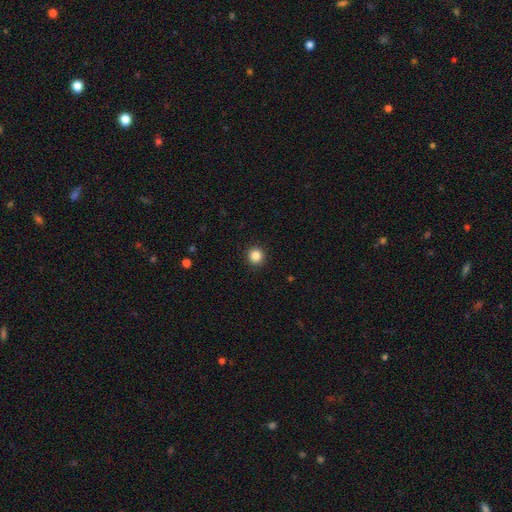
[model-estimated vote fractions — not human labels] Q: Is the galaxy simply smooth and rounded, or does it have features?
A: smooth — 85%.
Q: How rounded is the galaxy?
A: round — 95%.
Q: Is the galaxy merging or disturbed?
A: none — 93%.